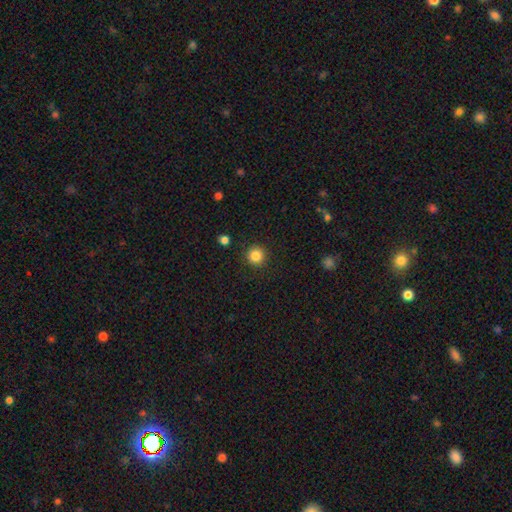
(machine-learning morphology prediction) Smooth or featured? smooth (85%)
How rounded? round (95%)
Merging? none (91%)